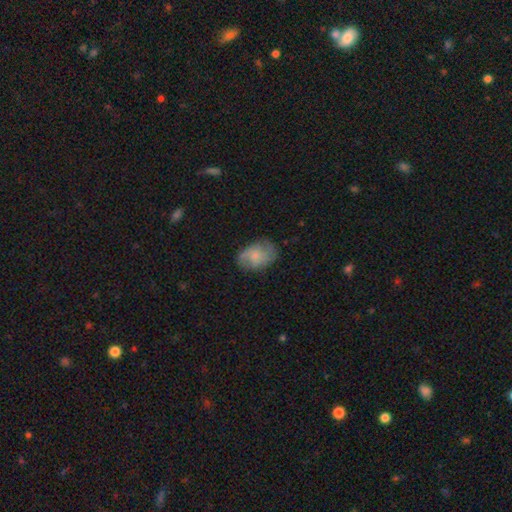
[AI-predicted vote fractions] smooth-or-featured: featured or disk: 47% | smooth: 46% | star or artifact: 8%
  merging: none: 71% | minor disturbance: 21% | major disturbance: 7% | merger: 1%